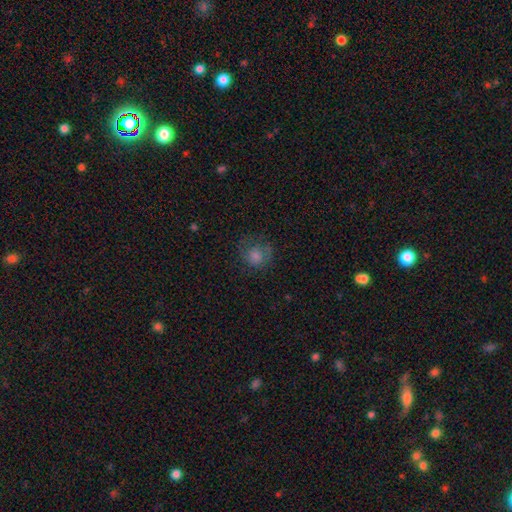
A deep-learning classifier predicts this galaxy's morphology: The model was most divided on "merging": none: 63%, minor disturbance: 20%, major disturbance: 15%, merger: 2%. More confident: how rounded — round (82%); smooth or featured — smooth (67%).